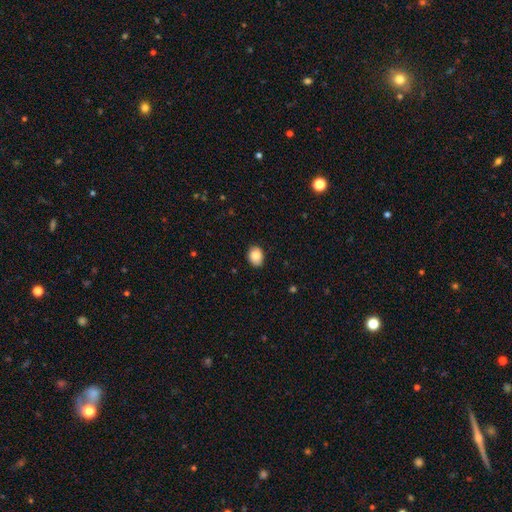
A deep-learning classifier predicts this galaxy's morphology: smooth 86%, star or artifact 8%, featured or disk 6%. Down the decision tree: how rounded — in between (56%); merging — none (86%).